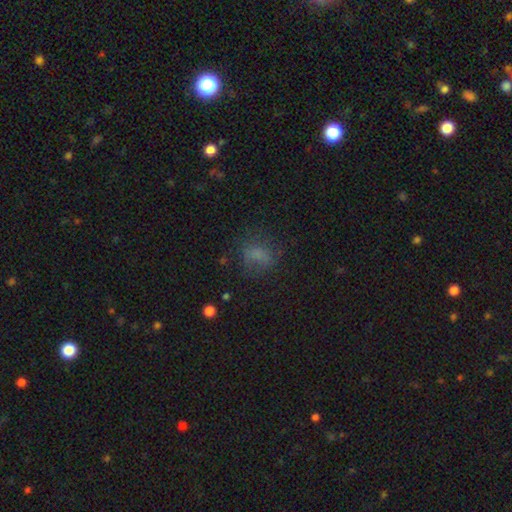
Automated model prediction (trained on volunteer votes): This is likely a smooth galaxy (62%). How rounded: possibly in between (53%). Merging: likely none (65%).